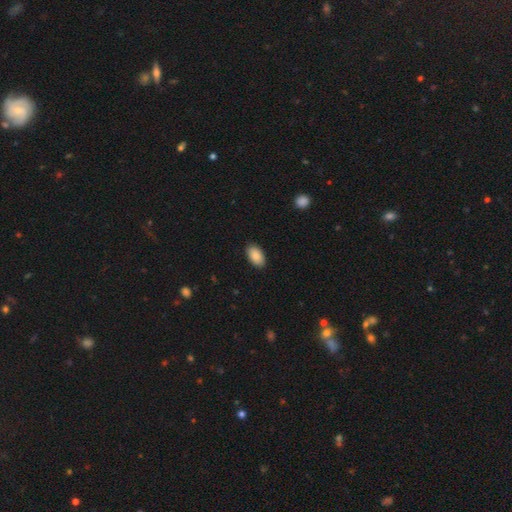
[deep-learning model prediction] A smooth galaxy with no disk features (88%) that is in between round and cigar-shaped (94%).

Vote fractions:
- Smooth or featured? smooth: 88% / star or artifact: 7% / featured or disk: 5%
- How rounded? in between: 94% / round: 5% / cigar-shaped: 1%
- Merging? none: 89% / minor disturbance: 8% / major disturbance: 2% / merger: 1%